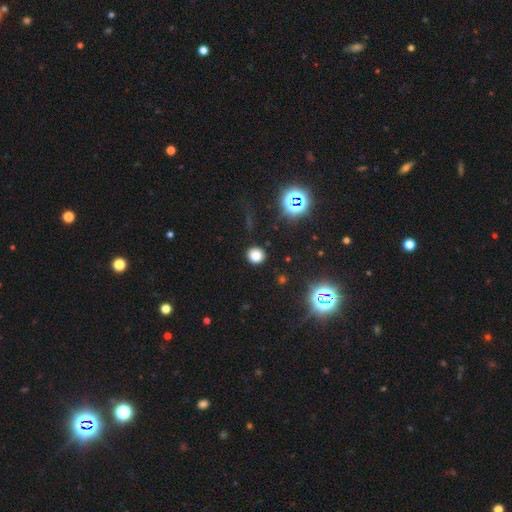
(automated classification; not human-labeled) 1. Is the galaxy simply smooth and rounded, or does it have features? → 77% smooth, 18% star or artifact, 5% featured or disk.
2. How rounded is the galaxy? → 87% round, 12% in between, 1% cigar-shaped.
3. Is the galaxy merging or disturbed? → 90% none, 6% minor disturbance, 2% major disturbance, 1% merger.